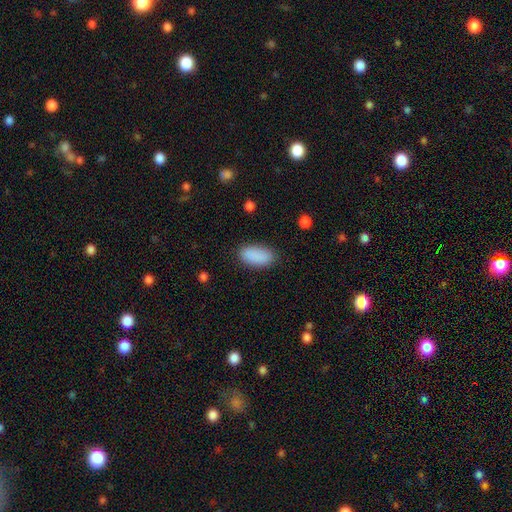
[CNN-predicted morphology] Smooth or featured? smooth (89%)
How rounded? in between (91%)
Merging? none (85%)